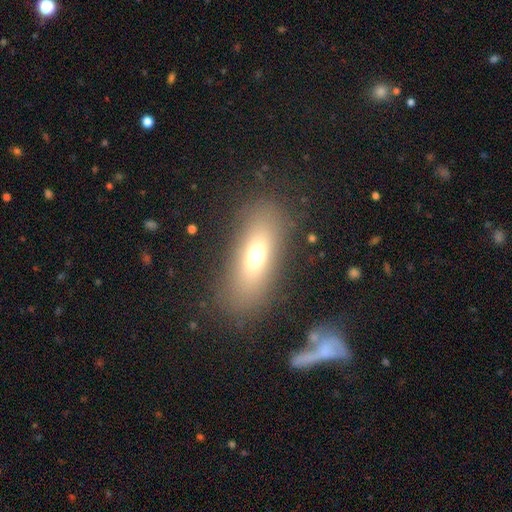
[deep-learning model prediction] Smooth or featured? smooth (66%)
How rounded? in between (72%)
Merging? none (82%)